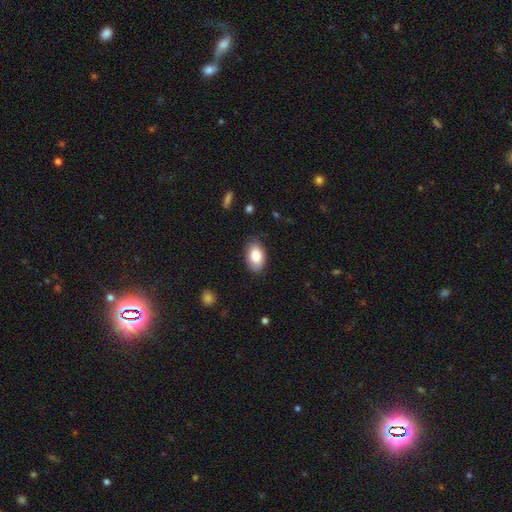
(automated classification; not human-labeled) Q: Smooth or featured?
A: smooth (85%); runner-up: featured or disk (9%)
Q: How rounded?
A: in between (92%); runner-up: round (6%)
Q: Merging?
A: none (83%); runner-up: minor disturbance (14%)